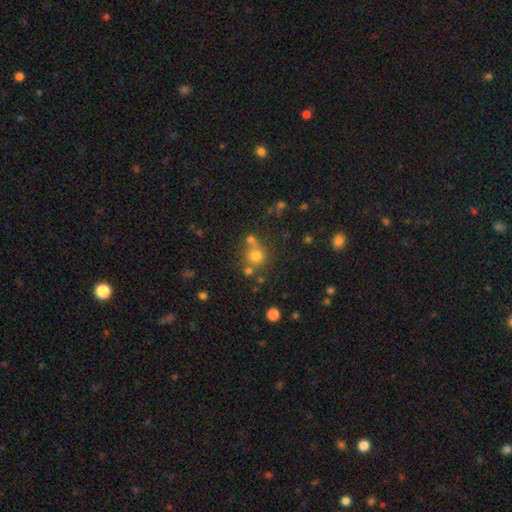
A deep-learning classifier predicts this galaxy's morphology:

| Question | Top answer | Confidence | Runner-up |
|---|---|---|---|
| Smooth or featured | smooth | 69% | star or artifact (19%) |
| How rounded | round | 87% | in between (12%) |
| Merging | none | 58% | merger (27%) |